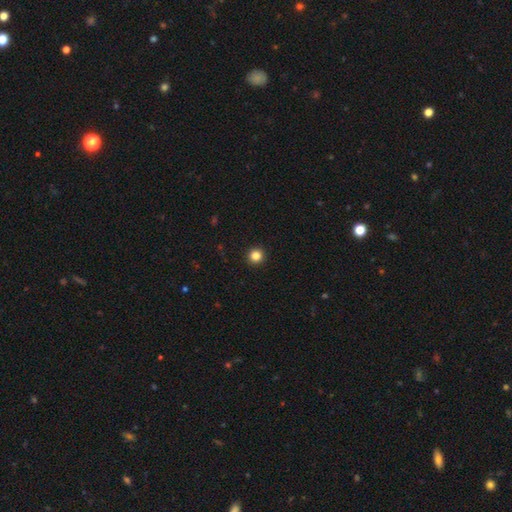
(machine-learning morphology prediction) smooth-or-featured: smooth: 84% | star or artifact: 12% | featured or disk: 4%
  how-rounded: round: 95% | in between: 4% | cigar-shaped: 1%
  merging: none: 94% | minor disturbance: 4% | major disturbance: 1% | merger: 1%